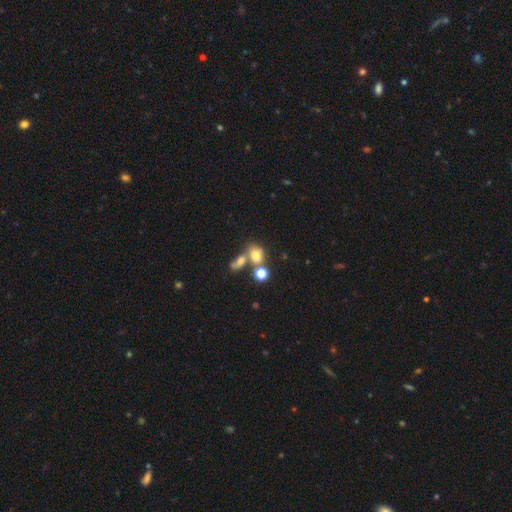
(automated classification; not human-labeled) smooth-or-featured: smooth: 69% | star or artifact: 16% | featured or disk: 15%
  how-rounded: round: 52% | in between: 46% | cigar-shaped: 2%
  merging: merger: 43% | none: 37% | minor disturbance: 12% | major disturbance: 8%